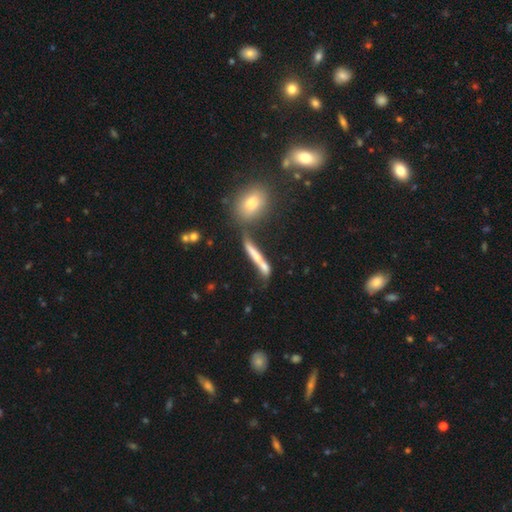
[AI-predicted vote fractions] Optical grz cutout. It shows a smooth galaxy with no disk features (52%) that is cigar-shaped (86%). Merging: none (45%).